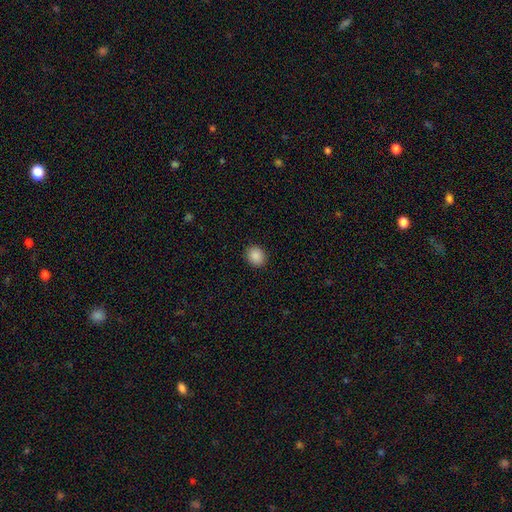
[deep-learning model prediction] Smooth or featured? Predicted: smooth (p=0.89). How rounded? Predicted: round (p=0.70). Merging? Predicted: none (p=0.91).